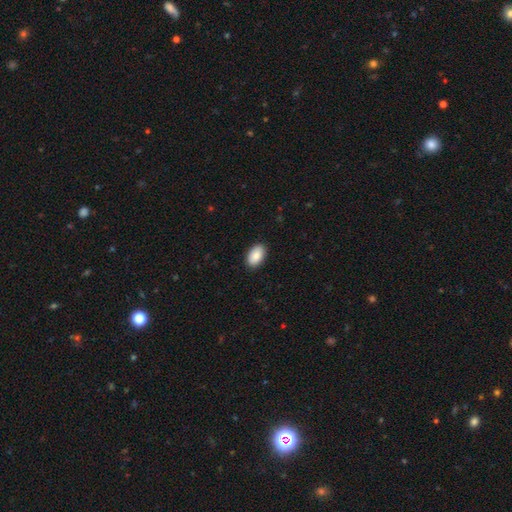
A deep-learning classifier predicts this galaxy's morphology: The model was most divided on "merging": none: 90%, minor disturbance: 8%, major disturbance: 2%, merger: 1%. More confident: how rounded — in between (94%); smooth or featured — smooth (89%).